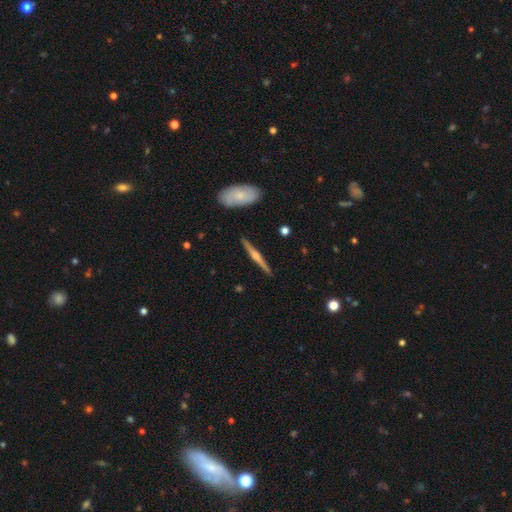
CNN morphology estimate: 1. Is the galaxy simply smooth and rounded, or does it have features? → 76% featured or disk, 18% smooth, 6% star or artifact.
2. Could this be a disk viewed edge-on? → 97% yes, 3% no.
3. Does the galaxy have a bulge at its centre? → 86% rounded, 8% none, 6% boxy.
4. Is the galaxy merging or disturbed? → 90% none, 7% minor disturbance, 2% merger, 2% major disturbance.